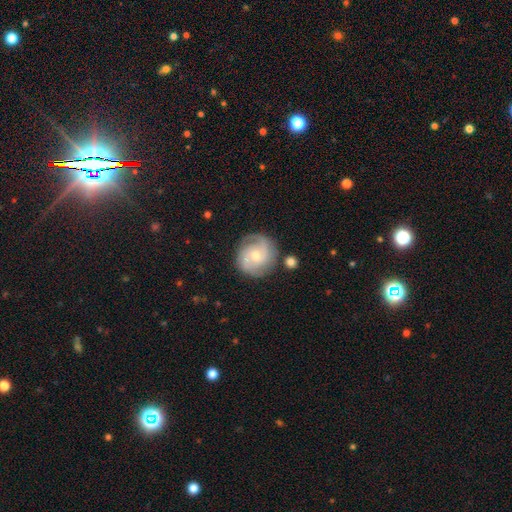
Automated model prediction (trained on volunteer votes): The model was most divided on "bulge size" (2-way tie): small: 48%, moderate: 48%, large: 2%, none: 1%, dominant: 1%. Remaining: edge-on disk — no (98%); spiral arms — yes (96%); smooth or featured — featured or disk (79%); merging — none (79%); bar — no (62%); spiral arm count — 2 (48%); spiral winding — medium (44%).